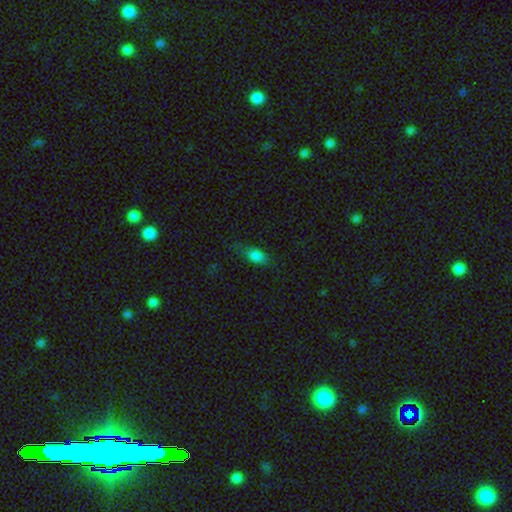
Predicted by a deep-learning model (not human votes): Smooth or featured? Predicted: smooth (p=0.81). How rounded? Predicted: in between (p=0.83). Merging? Predicted: none (p=0.63).